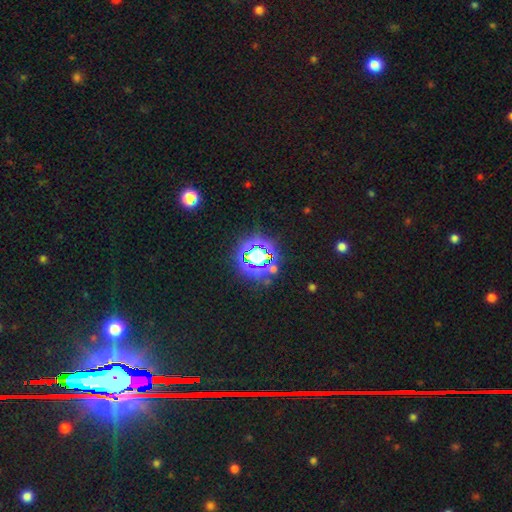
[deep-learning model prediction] Smooth or featured? star or artifact (76%)